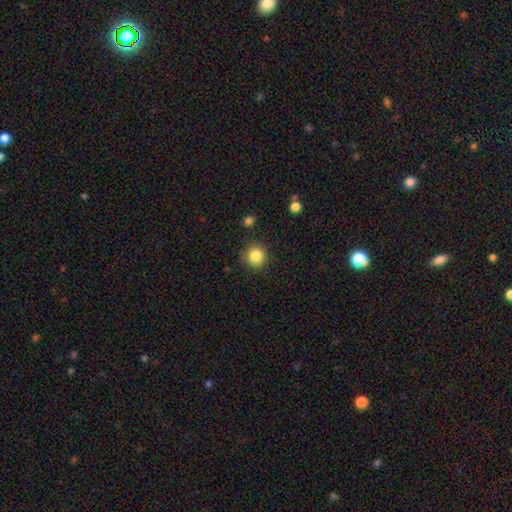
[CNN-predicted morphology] A smooth galaxy with no disk features (85%) that is round (92%).

Vote fractions:
- Smooth or featured? smooth: 85% / star or artifact: 10% / featured or disk: 5%
- How rounded? round: 92% / in between: 7% / cigar-shaped: 1%
- Merging? none: 88% / minor disturbance: 8% / major disturbance: 2% / merger: 2%